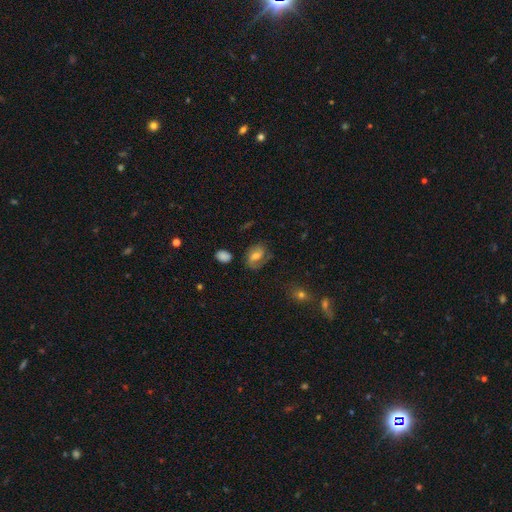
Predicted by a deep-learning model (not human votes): smooth-or-featured: featured or disk: 48% | smooth: 43% | star or artifact: 9%
  merging: none: 63% | minor disturbance: 21% | major disturbance: 12% | merger: 3%